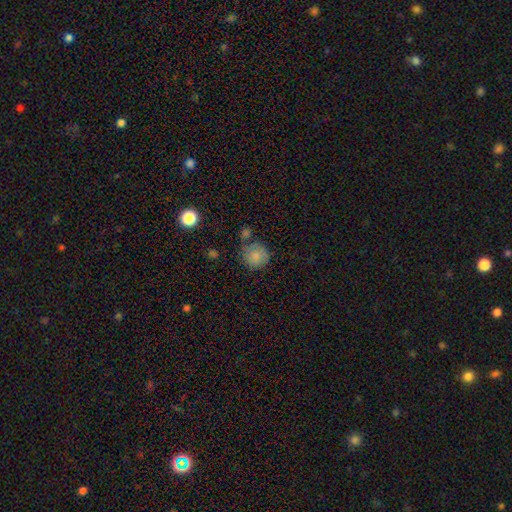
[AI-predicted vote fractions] The model was most divided on "merging": none: 59%, minor disturbance: 19%, merger: 15%, major disturbance: 7%. More confident: how rounded — round (89%); smooth or featured — smooth (81%).